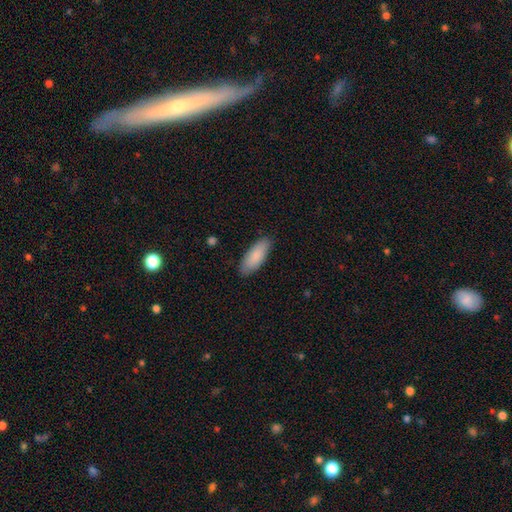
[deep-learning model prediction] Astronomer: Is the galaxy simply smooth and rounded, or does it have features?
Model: smooth — 88%.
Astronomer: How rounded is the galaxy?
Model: in between — 73%.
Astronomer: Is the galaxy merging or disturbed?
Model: none — 87%.